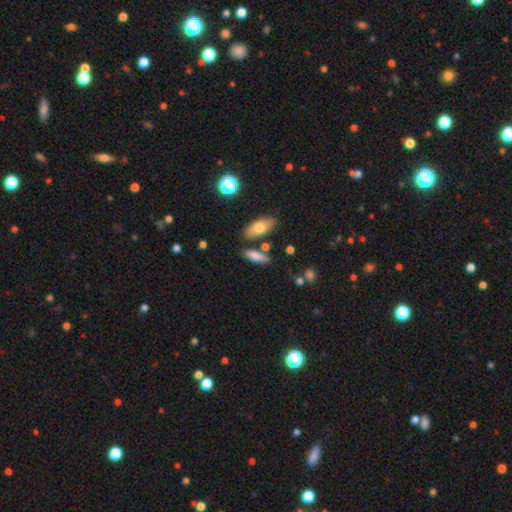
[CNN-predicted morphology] This appears to be a smooth galaxy with no disk features (79%) that is in between round and cigar-shaped (60%). Merging: none (66%).